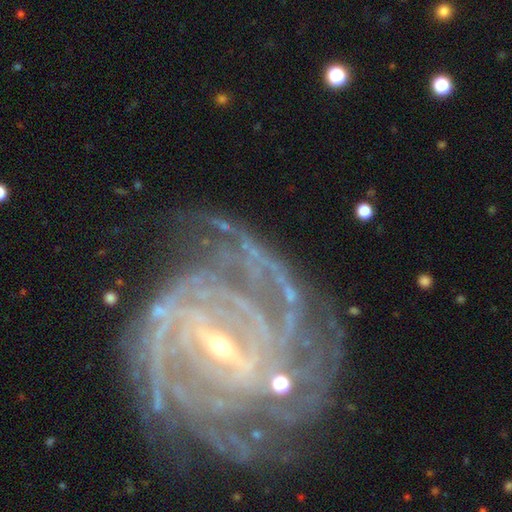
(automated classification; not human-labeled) Smooth or featured? featured or disk (90%)
Edge-on disk? no (96%)
Bar? strong (57%)
Spiral arms? yes (97%)
Spiral winding? tight (73%)
Spiral arm count? can't tell (23%)
Bulge size? small (75%)
Merging? none (65%)